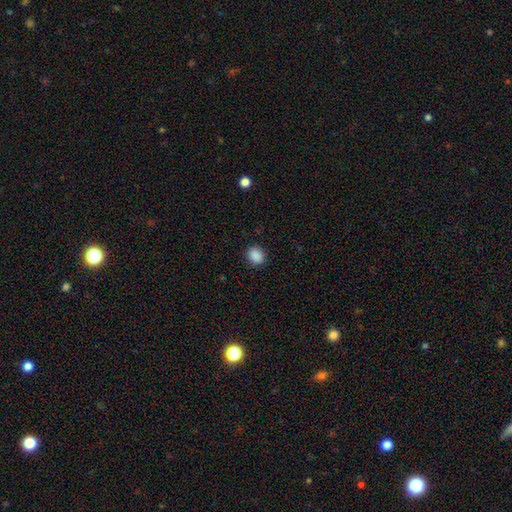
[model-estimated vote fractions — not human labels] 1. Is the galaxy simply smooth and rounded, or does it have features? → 89% smooth, 9% star or artifact, 3% featured or disk.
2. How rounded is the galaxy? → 60% round, 39% in between, 1% cigar-shaped.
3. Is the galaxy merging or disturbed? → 87% none, 9% minor disturbance, 2% major disturbance, 1% merger.